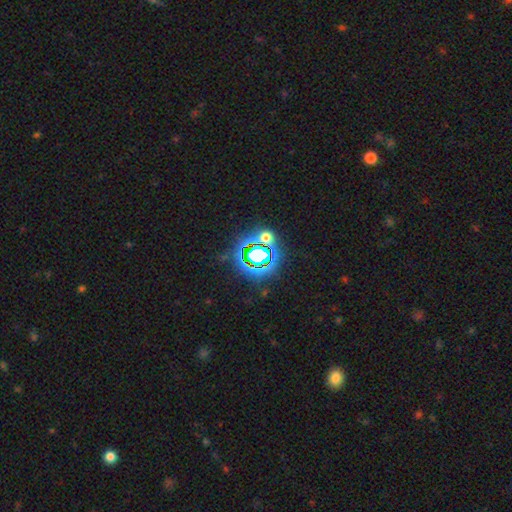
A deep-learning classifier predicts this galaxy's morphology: A star or artifact, not a galaxy (72%).